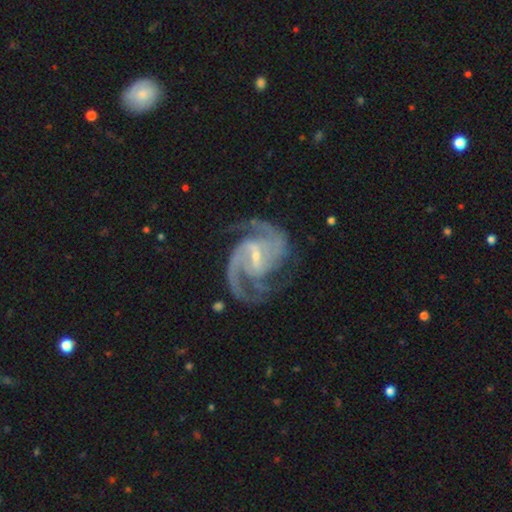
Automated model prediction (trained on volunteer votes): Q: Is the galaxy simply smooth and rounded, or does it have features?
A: featured or disk — 94%.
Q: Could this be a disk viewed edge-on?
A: no — 98%.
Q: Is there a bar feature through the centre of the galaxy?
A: weak — 48%.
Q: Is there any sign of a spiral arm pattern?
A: yes — 99%.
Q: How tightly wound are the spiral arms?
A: medium — 61%.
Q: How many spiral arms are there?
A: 2 — 76%.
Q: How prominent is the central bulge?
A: small — 72%.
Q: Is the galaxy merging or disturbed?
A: none — 73%.